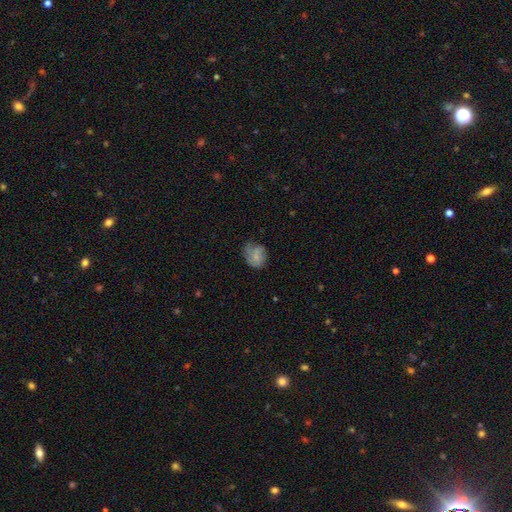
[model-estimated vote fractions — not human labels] Morphology: type=smooth (70%); roundness=round (53%); merging=none (56%).